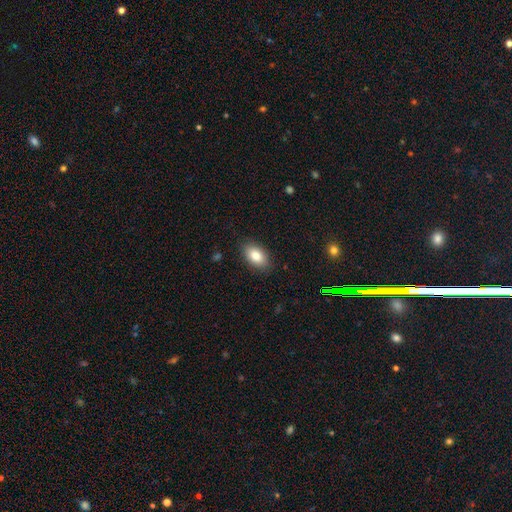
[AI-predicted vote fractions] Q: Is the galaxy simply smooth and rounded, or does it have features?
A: smooth — 84%.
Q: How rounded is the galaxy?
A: in between — 91%.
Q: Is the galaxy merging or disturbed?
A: none — 86%.